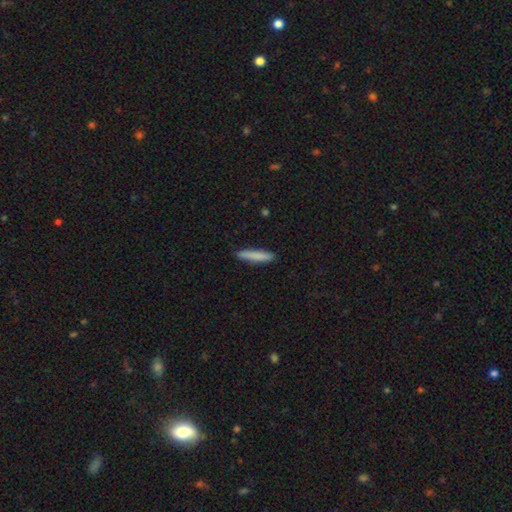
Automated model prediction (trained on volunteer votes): Smooth or featured? Predicted: smooth (p=0.82). How rounded? Predicted: cigar-shaped (p=0.92). Merging? Predicted: none (p=0.90).